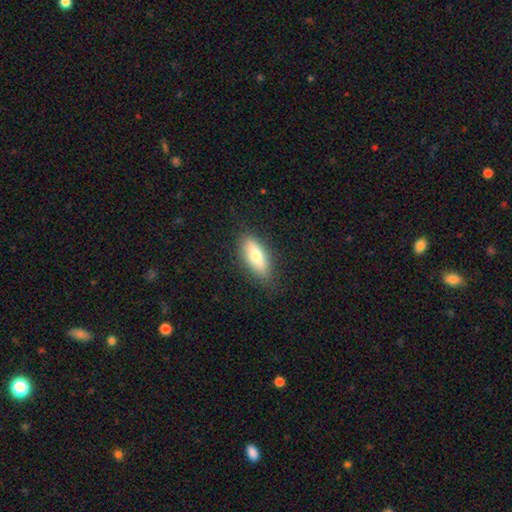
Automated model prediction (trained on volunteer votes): smooth-or-featured: smooth: 69% | featured or disk: 25% | star or artifact: 7%
  how-rounded: in between: 70% | cigar-shaped: 27% | round: 3%
  merging: none: 83% | minor disturbance: 13% | major disturbance: 3% | merger: 1%